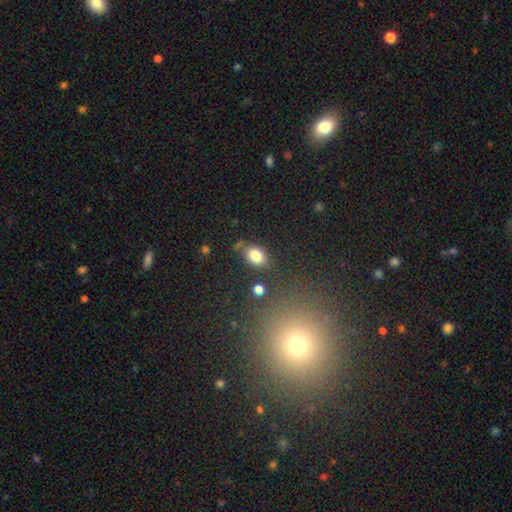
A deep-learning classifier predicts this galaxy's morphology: Smooth or featured?
  - smooth: 82% *
  - star or artifact: 10%
  - featured or disk: 7%
How rounded?
  - in between: 74% *
  - round: 25%
  - cigar-shaped: 2%
Merging?
  - none: 70% *
  - minor disturbance: 18%
  - merger: 7%
  - major disturbance: 5%